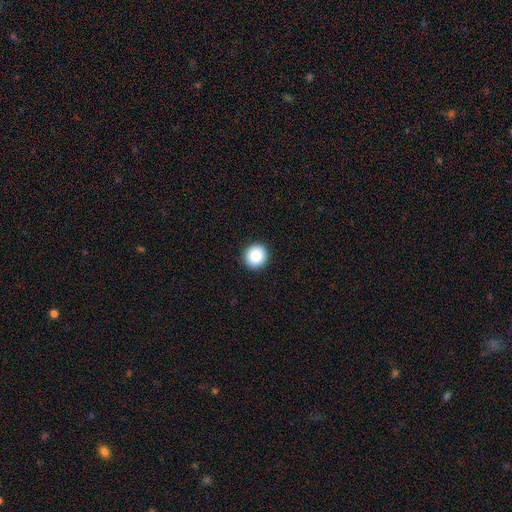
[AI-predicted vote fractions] Smooth or featured: smooth — 86% (star or artifact — 8%)
How rounded: round — 91% (in between — 8%)
Merging: none — 93% (minor disturbance — 5%)